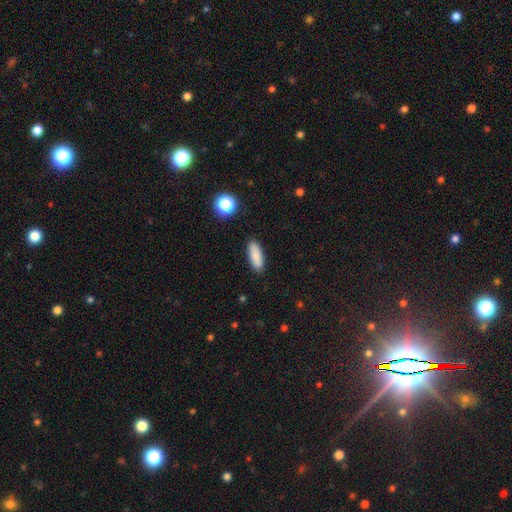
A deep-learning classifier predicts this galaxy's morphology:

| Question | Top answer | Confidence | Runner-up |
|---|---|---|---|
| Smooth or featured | smooth | 87% | star or artifact (7%) |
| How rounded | in between | 62% | cigar-shaped (36%) |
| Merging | none | 89% | minor disturbance (8%) |